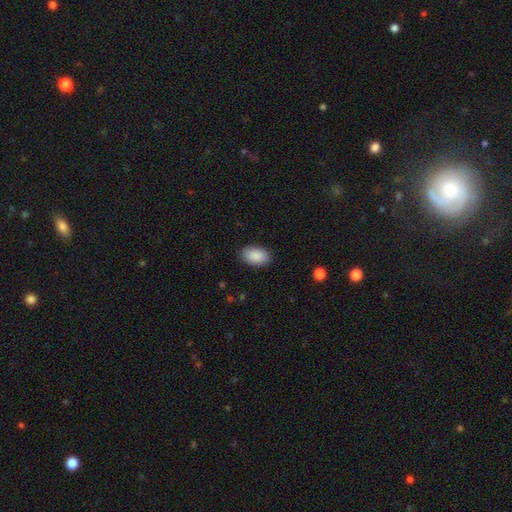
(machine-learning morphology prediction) type=smooth (90%); roundness=in between (94%); merging=none (89%).